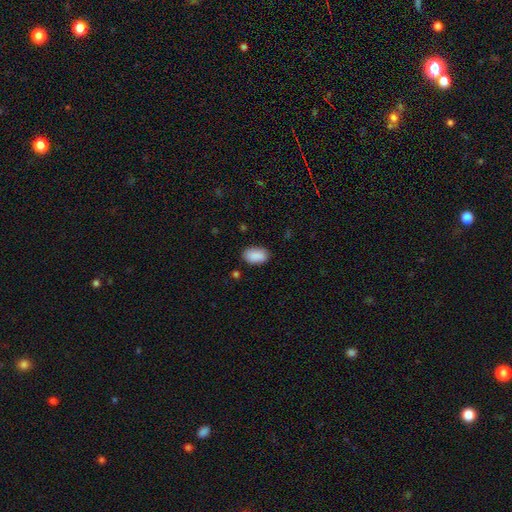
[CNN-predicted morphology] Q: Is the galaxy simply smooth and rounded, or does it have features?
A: smooth — 90%.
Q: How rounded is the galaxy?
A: in between — 93%.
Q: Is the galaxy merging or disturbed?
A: none — 85%.